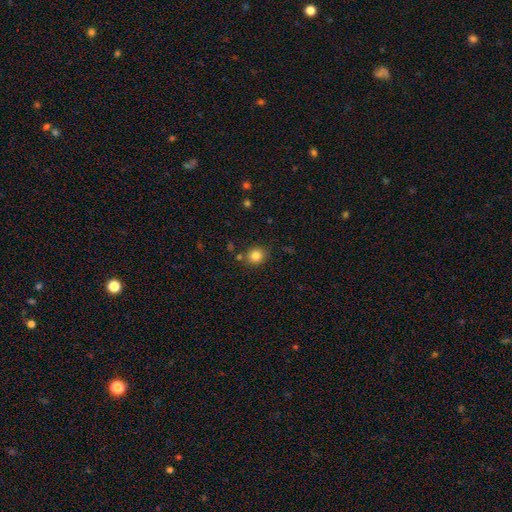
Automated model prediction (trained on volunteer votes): Smooth or featured? smooth (84%)
How rounded? round (79%)
Merging? none (80%)